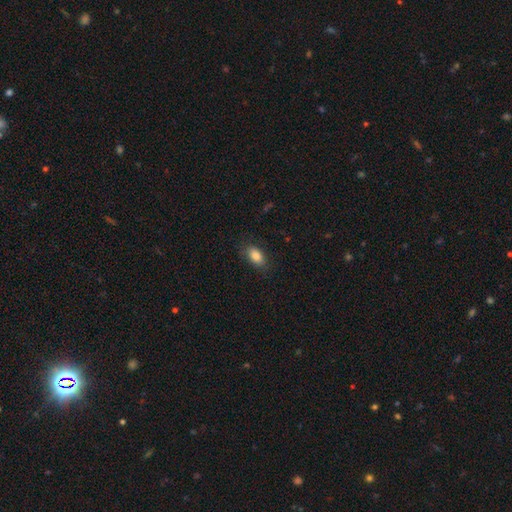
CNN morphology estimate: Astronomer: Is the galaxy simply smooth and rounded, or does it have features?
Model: smooth — 85%.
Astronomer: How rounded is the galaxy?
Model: in between — 90%.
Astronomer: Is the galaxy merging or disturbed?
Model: none — 84%.